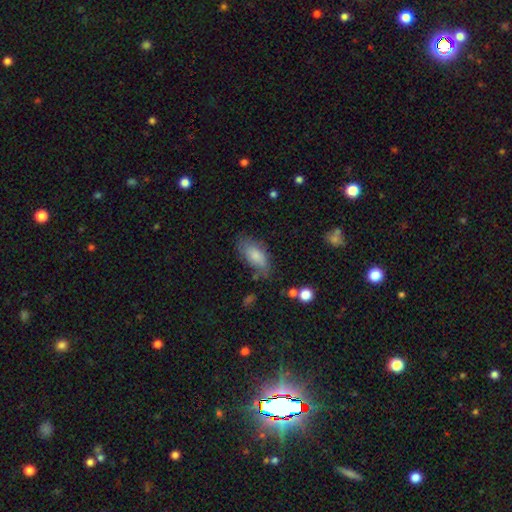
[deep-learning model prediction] Morphology: type=smooth (79%); roundness=in between (89%); merging=none (61%).